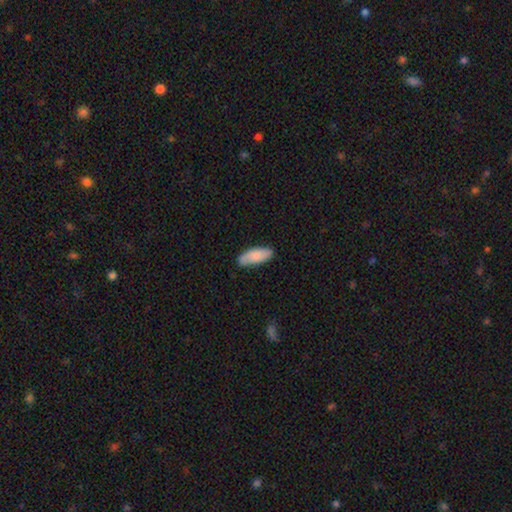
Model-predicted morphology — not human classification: A smooth galaxy with no disk features (82%) that is in between round and cigar-shaped (78%).

Vote fractions:
- Smooth or featured? smooth: 82% / featured or disk: 13% / star or artifact: 6%
- How rounded? in between: 78% / cigar-shaped: 20% / round: 2%
- Merging? none: 76% / minor disturbance: 19% / major disturbance: 3% / merger: 2%